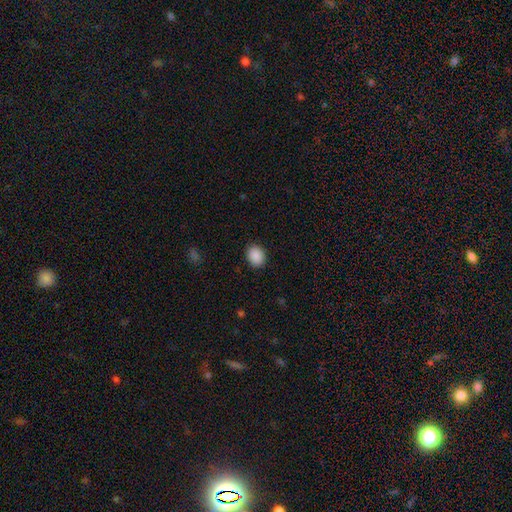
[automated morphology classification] smooth 90%, star or artifact 8%, featured or disk 2%. Down the decision tree: how rounded — round (55%); merging — none (89%).